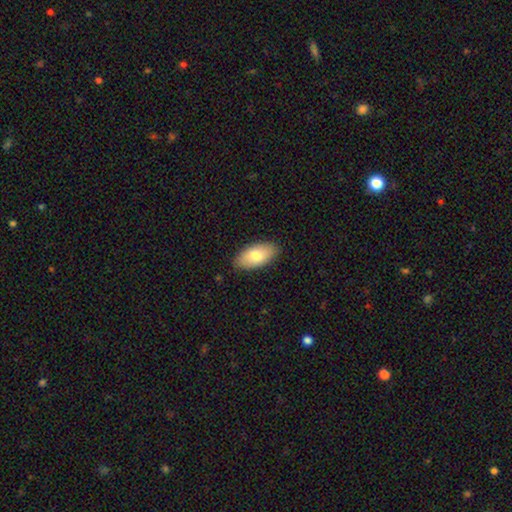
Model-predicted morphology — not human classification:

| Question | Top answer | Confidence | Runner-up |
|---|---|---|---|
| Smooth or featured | smooth | 76% | featured or disk (18%) |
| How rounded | in between | 93% | cigar-shaped (4%) |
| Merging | none | 87% | minor disturbance (10%) |